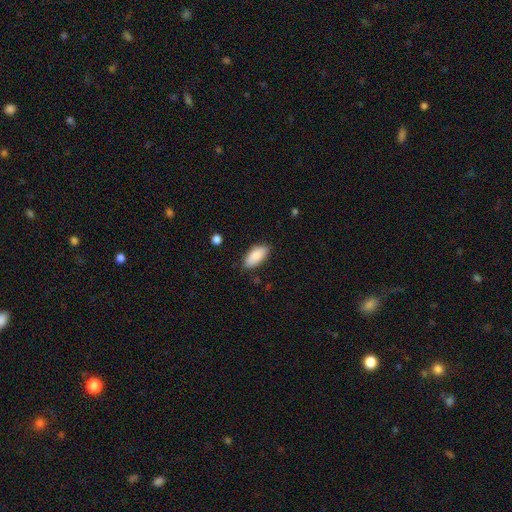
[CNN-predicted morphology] Smooth or featured? Predicted: smooth (p=0.88). How rounded? Predicted: in between (p=0.90). Merging? Predicted: none (p=0.84).